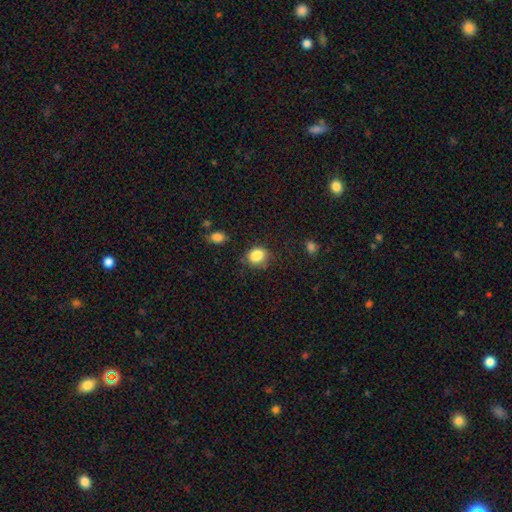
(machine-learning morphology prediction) smooth_or_featured: smooth (p=0.86) [alt: star or artifact p=0.10]
how_rounded: round (p=0.68) [alt: in between p=0.31]
merging: none (p=0.72) [alt: minor disturbance p=0.20]